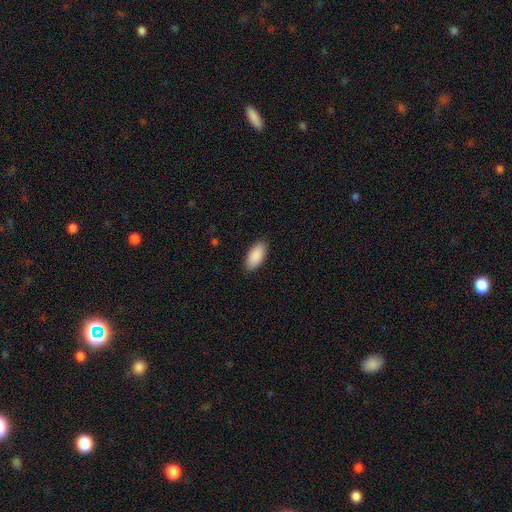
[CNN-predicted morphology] smooth_or_featured: smooth (p=0.91) [alt: star or artifact p=0.06]
how_rounded: in between (p=0.93) [alt: cigar-shaped p=0.06]
merging: none (p=0.89) [alt: minor disturbance p=0.08]